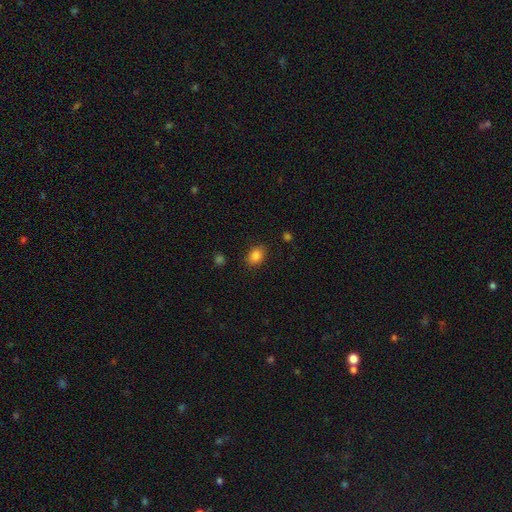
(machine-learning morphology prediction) Smooth or featured? Predicted: smooth (p=0.85). How rounded? Predicted: in between (p=0.70). Merging? Predicted: none (p=0.85).